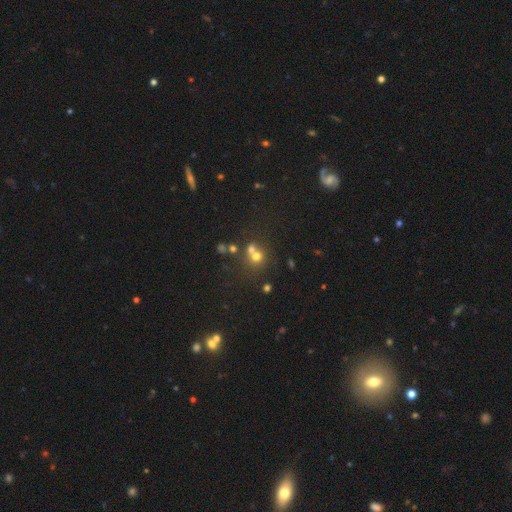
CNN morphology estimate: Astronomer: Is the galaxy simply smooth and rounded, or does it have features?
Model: smooth — 63%.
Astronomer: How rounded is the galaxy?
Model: round — 82%.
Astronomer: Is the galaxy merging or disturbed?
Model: merger — 48% (runner-up: none, 41%).